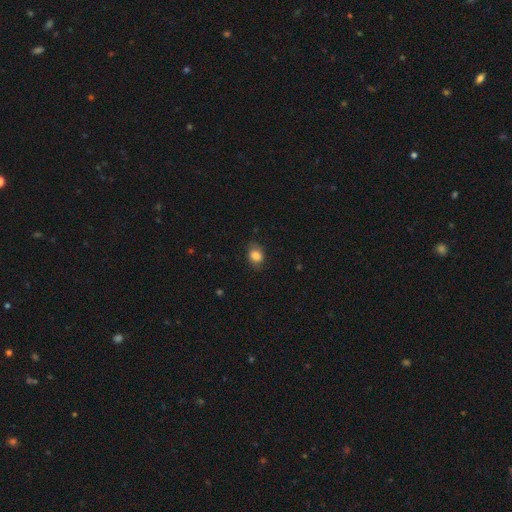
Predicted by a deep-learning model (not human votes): smooth_or_featured: smooth (p=0.84) [alt: star or artifact p=0.09]
how_rounded: in between (p=0.60) [alt: round p=0.39]
merging: none (p=0.74) [alt: minor disturbance p=0.20]